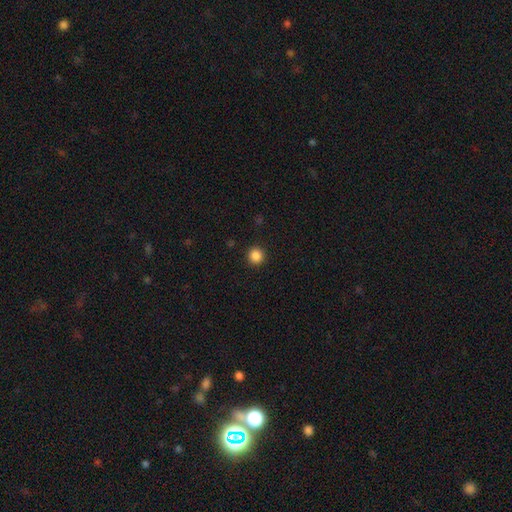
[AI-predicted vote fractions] The model was most divided on "smooth or featured": smooth: 87%, star or artifact: 11%, featured or disk: 3%. More confident: how rounded — round (94%); merging — none (93%).